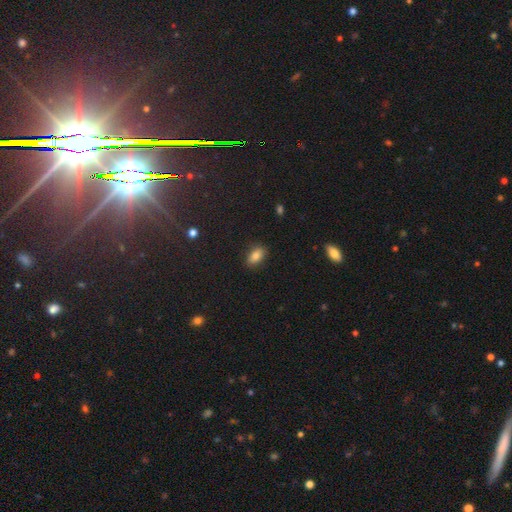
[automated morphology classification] Overall: smooth (82%). How rounded: in between (88%). Merging: none (86%).